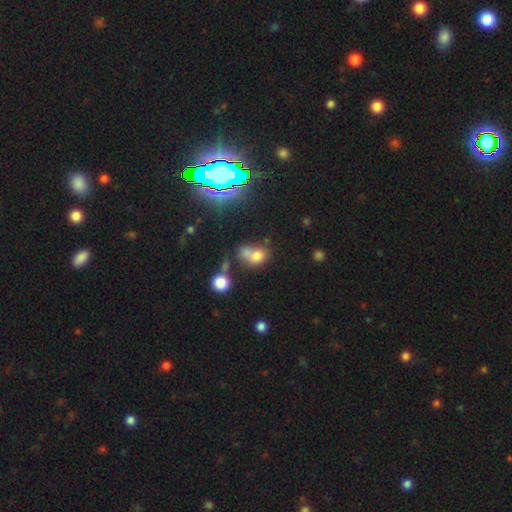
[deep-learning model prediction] This appears to be a smooth galaxy with no disk features (68%) that is in between round and cigar-shaped (61%). Merging: merger (46%).